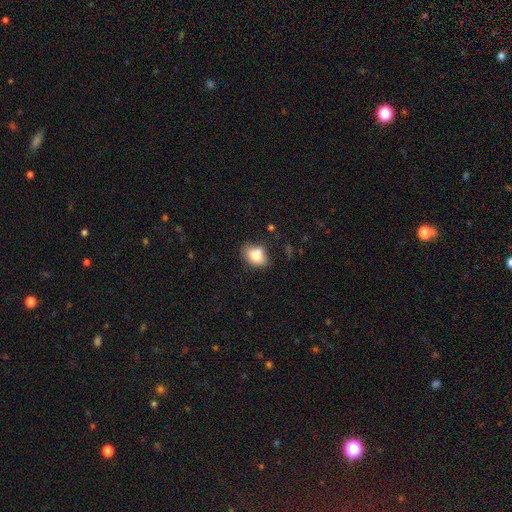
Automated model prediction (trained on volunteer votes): Smooth or featured? Predicted: smooth (p=0.80). How rounded? Predicted: in between (p=0.70). Merging? Predicted: none (p=0.61).